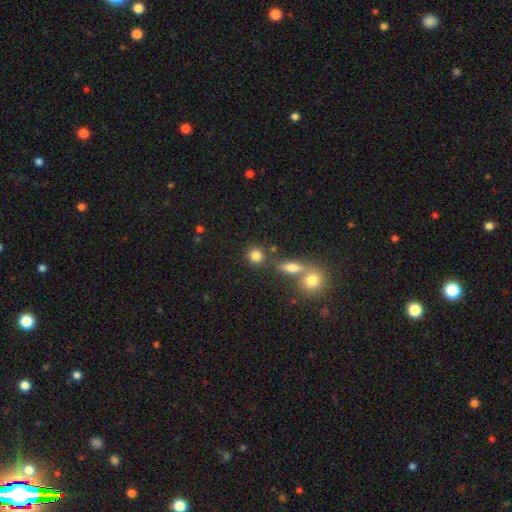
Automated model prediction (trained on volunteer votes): A smooth galaxy with no disk features (82%) that is round (82%).

Vote fractions:
- Smooth or featured? smooth: 82% / star or artifact: 11% / featured or disk: 7%
- How rounded? round: 82% / in between: 16% / cigar-shaped: 2%
- Merging? none: 71% / merger: 16% / minor disturbance: 9% / major disturbance: 4%